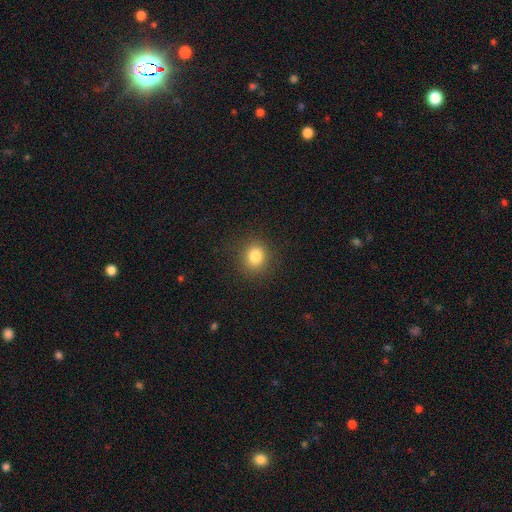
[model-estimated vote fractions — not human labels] Smooth or featured?
  - smooth: 81% *
  - star or artifact: 13%
  - featured or disk: 6%
How rounded?
  - round: 82% *
  - in between: 17%
  - cigar-shaped: 1%
Merging?
  - none: 89% *
  - minor disturbance: 7%
  - major disturbance: 3%
  - merger: 1%